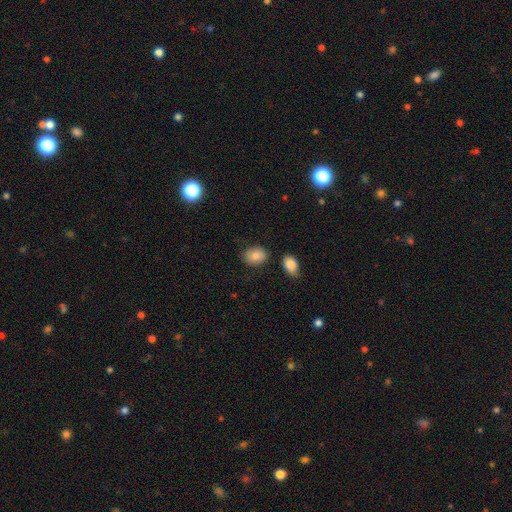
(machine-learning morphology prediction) This appears to be a smooth galaxy with no disk features (81%) that is in between round and cigar-shaped (58%). Merging: none (78%).